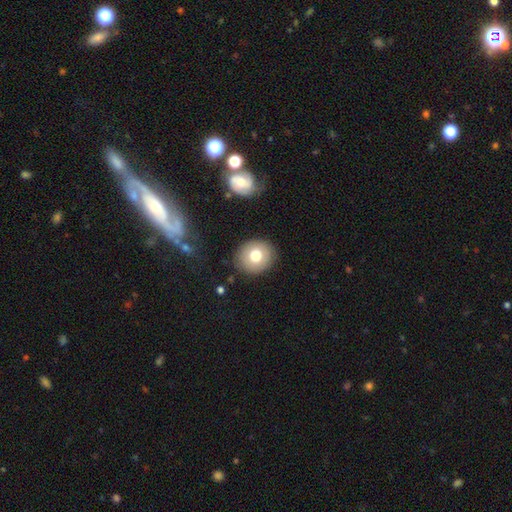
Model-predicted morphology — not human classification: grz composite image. It shows a smooth galaxy with no disk features (75%) that is round (78%). Merging: none (87%).